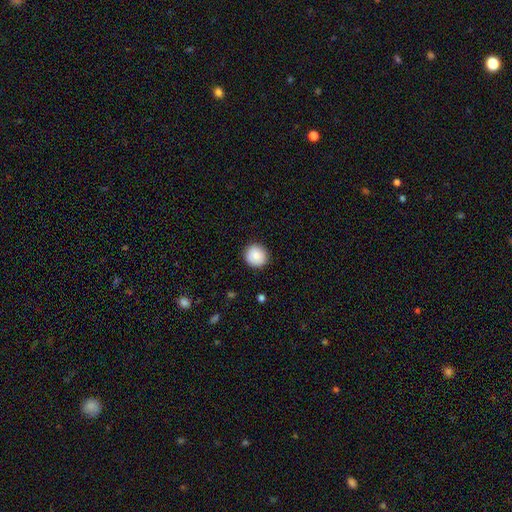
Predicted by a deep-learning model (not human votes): A smooth galaxy with no disk features (87%) that is round (92%).

Vote fractions:
- Smooth or featured? smooth: 87% / star or artifact: 8% / featured or disk: 6%
- How rounded? round: 92% / in between: 7% / cigar-shaped: 1%
- Merging? none: 91% / minor disturbance: 7% / major disturbance: 2% / merger: 1%